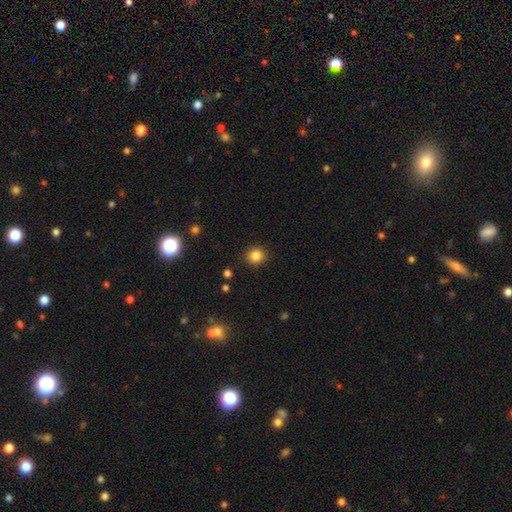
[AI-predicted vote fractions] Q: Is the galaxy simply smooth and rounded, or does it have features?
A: smooth — 84%.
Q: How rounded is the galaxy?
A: round — 87%.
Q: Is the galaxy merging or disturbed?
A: none — 90%.